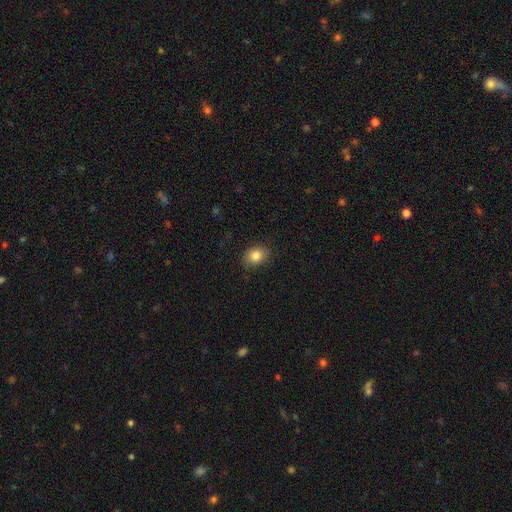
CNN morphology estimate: The model was most divided on "how rounded": in between: 58%, round: 41%, cigar-shaped: 1%. More confident: merging — none (85%); smooth or featured — smooth (84%).